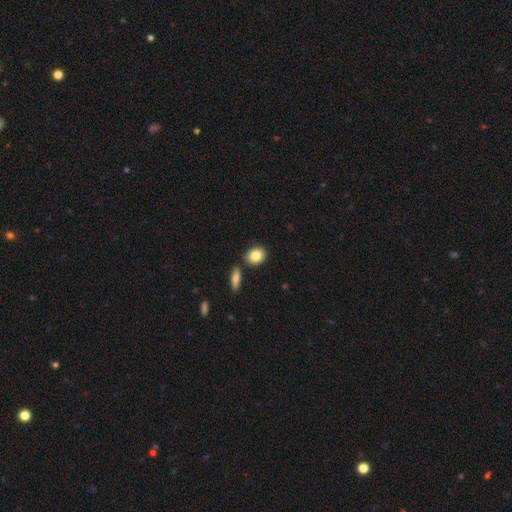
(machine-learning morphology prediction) A smooth galaxy with no disk features (85%) that is in between round and cigar-shaped (56%). Merging: none (76%).